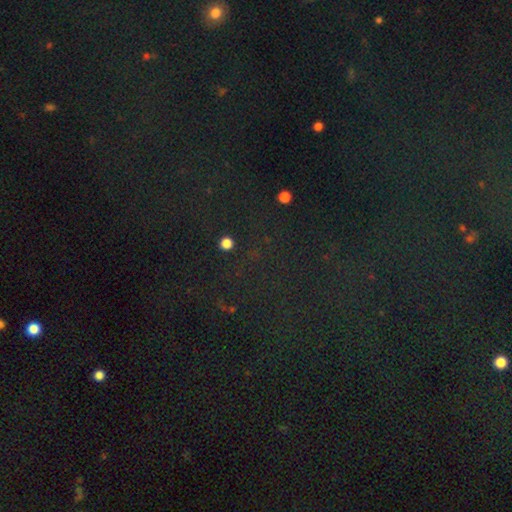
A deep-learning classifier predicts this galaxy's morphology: Smooth or featured?
  - star or artifact: 81% *
  - smooth: 12%
  - featured or disk: 7%